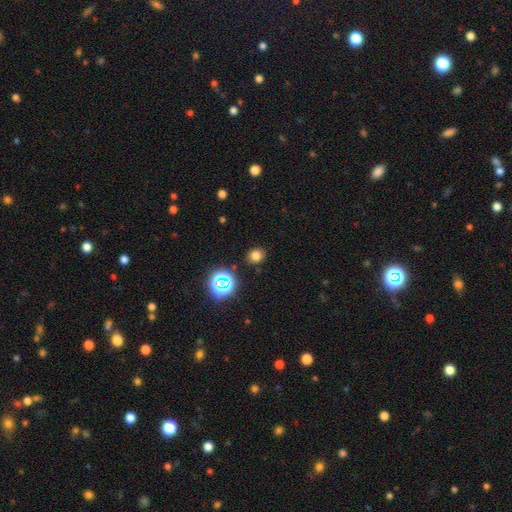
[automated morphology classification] Smooth or featured?
  - smooth: 73% *
  - star or artifact: 20%
  - featured or disk: 6%
How rounded?
  - round: 71% *
  - in between: 28%
  - cigar-shaped: 1%
Merging?
  - none: 87% *
  - minor disturbance: 9%
  - major disturbance: 3%
  - merger: 2%